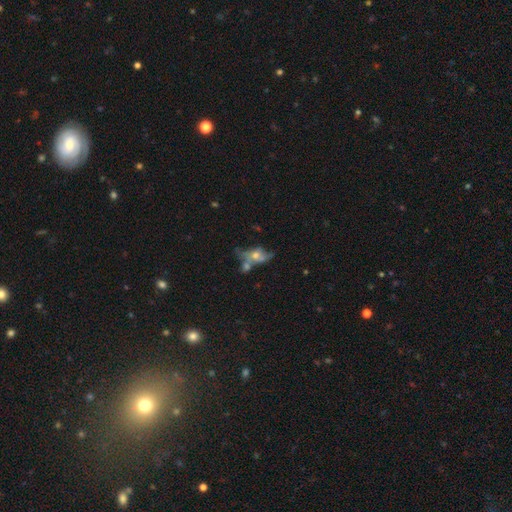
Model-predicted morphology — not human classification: Smooth or featured? featured or disk (49%)
Merging? merger (34%)